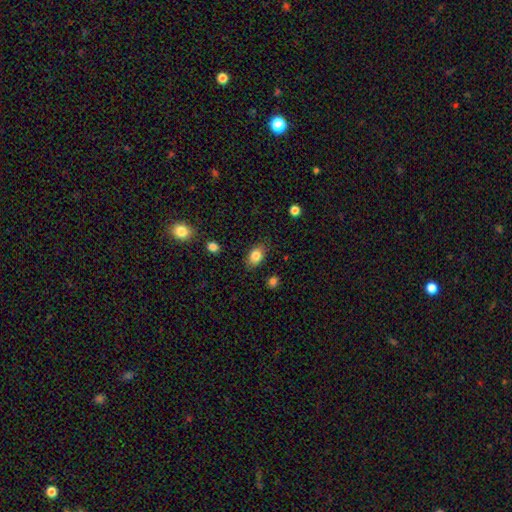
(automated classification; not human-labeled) smooth 83%, star or artifact 9%, featured or disk 8%. Down the decision tree: how rounded — in between (80%); merging — none (83%).